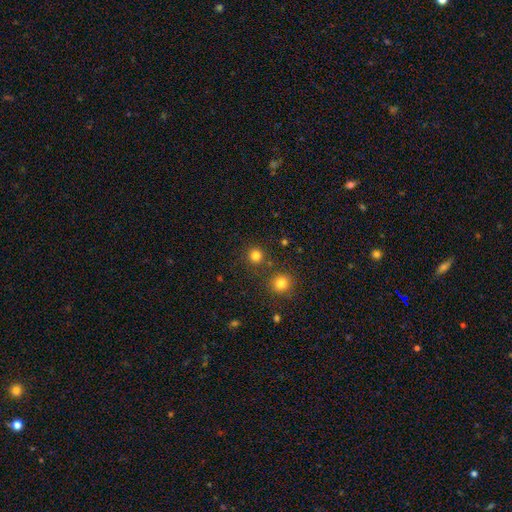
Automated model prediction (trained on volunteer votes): Smooth or featured: smooth — 80% (star or artifact — 16%)
How rounded: round — 94% (in between — 5%)
Merging: none — 85% (merger — 6%)